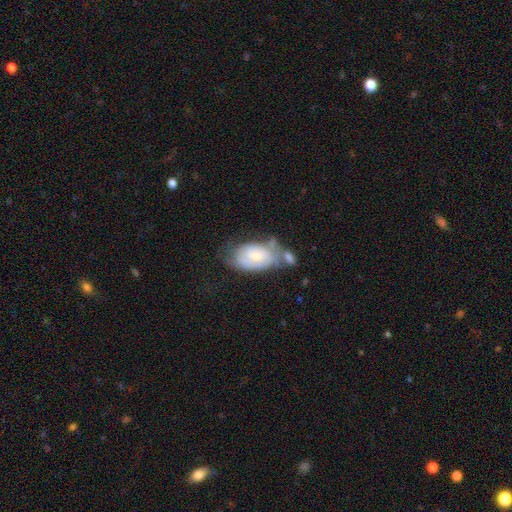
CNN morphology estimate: Smooth or featured? Predicted: featured or disk (p=0.53). Edge-on disk? Predicted: no (p=0.94). Merging? Predicted: none (p=0.35).